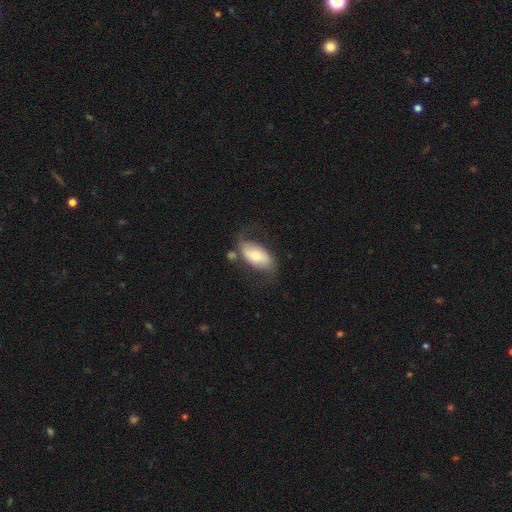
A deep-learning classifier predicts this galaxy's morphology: A featured or disk galaxy (48%). Merging: none (61%).